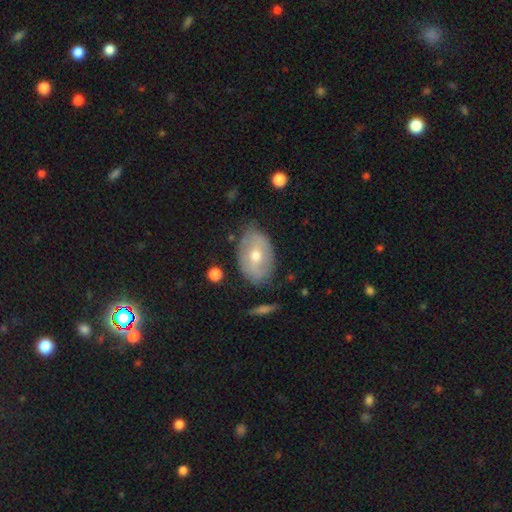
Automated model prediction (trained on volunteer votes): This appears to be a featured or disk galaxy (48%). Merging: none (72%).